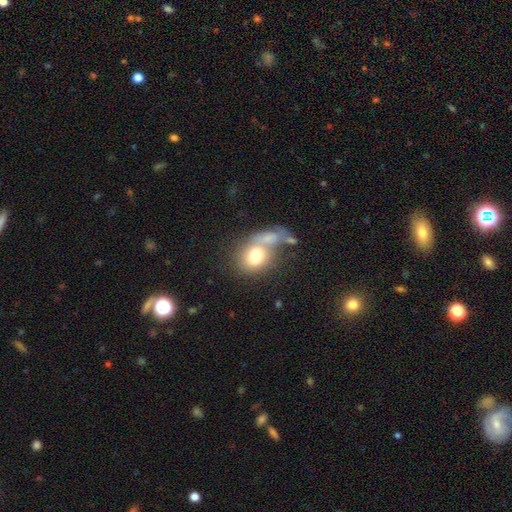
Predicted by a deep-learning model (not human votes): Morphology: type=smooth (72%); roundness=round (52%); merging=merger (51%).